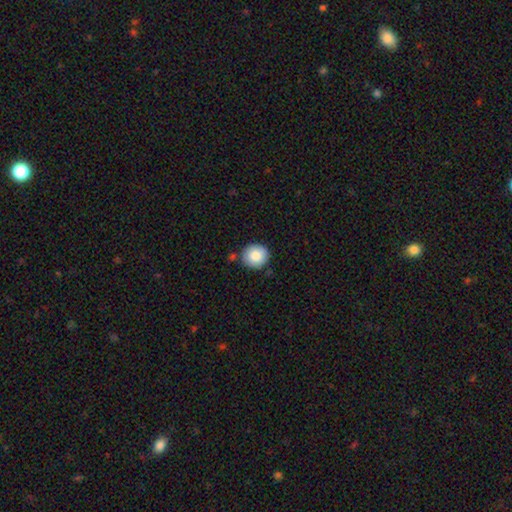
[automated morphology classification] Smooth or featured? Predicted: smooth (p=0.84). How rounded? Predicted: round (p=0.89). Merging? Predicted: none (p=0.83).